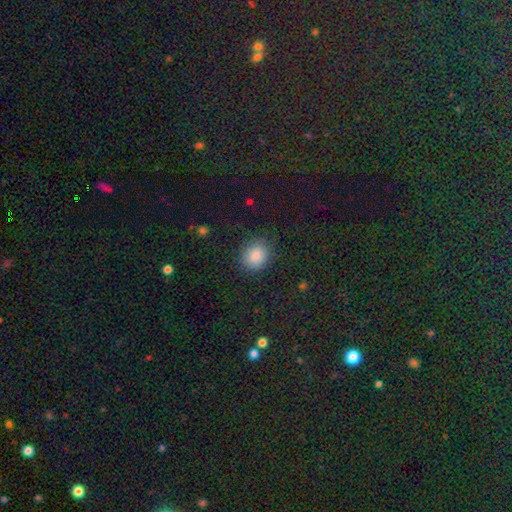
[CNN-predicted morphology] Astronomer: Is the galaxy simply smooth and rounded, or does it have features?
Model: smooth — 84%.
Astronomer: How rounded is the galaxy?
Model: round — 65%.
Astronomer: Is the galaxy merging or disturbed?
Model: none — 84%.